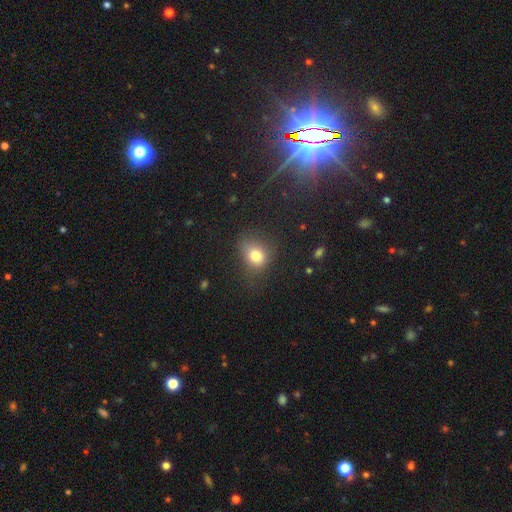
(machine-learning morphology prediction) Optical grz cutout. It shows a smooth galaxy with no disk features (79%) that is round (50%). Merging: none (56%).